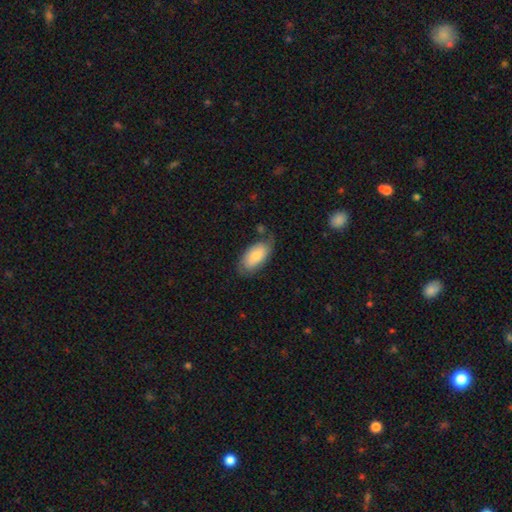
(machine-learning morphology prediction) Smooth or featured?
  - smooth: 72% *
  - featured or disk: 22%
  - star or artifact: 6%
How rounded?
  - in between: 92% *
  - cigar-shaped: 5%
  - round: 3%
Merging?
  - none: 63% *
  - minor disturbance: 26%
  - major disturbance: 8%
  - merger: 3%